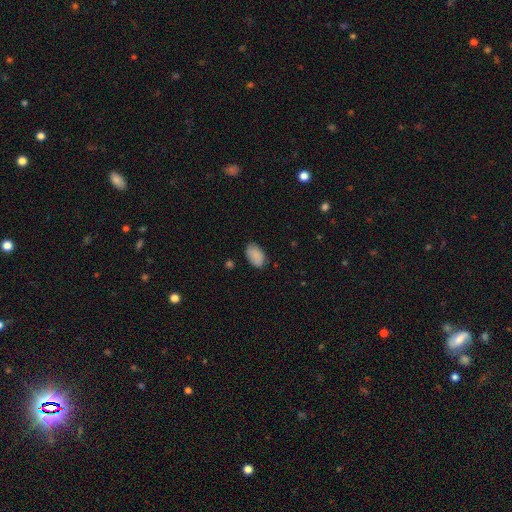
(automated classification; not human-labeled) A smooth galaxy with no disk features (88%) that is in between round and cigar-shaped (92%).

Vote fractions:
- Smooth or featured? smooth: 88% / star or artifact: 7% / featured or disk: 5%
- How rounded? in between: 92% / round: 6% / cigar-shaped: 1%
- Merging? none: 79% / minor disturbance: 16% / major disturbance: 3% / merger: 2%